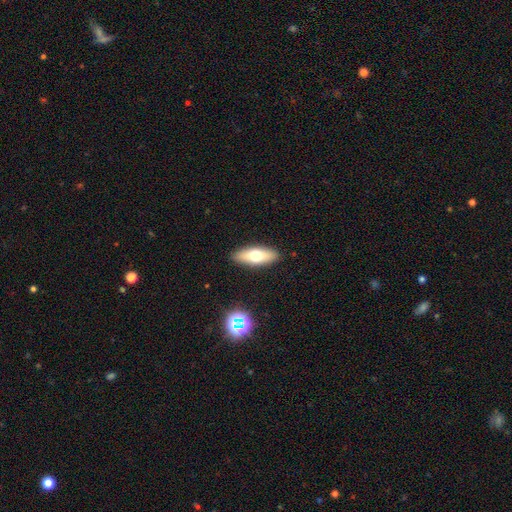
Overall: smooth (62%; featured or disk 30%). How rounded: in between (61%; cigar-shaped 39%). Merging: none (91%).